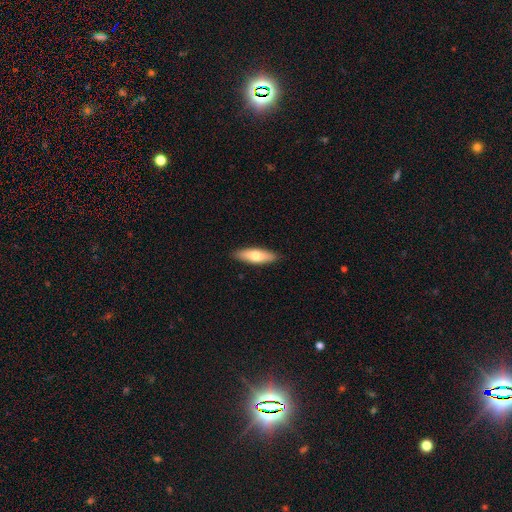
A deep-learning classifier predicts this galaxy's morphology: Smooth or featured: smooth — 69% (featured or disk — 26%)
How rounded: cigar-shaped — 50% (in between — 48%)
Merging: none — 89% (minor disturbance — 8%)